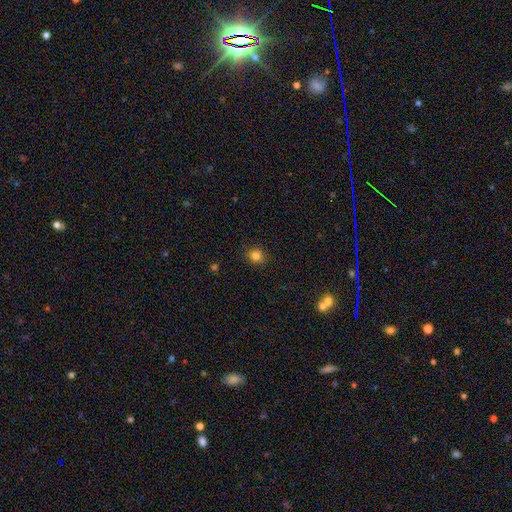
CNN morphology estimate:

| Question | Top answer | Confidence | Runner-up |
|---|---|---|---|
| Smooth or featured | smooth | 83% | star or artifact (13%) |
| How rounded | round | 82% | in between (17%) |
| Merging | none | 90% | minor disturbance (7%) |